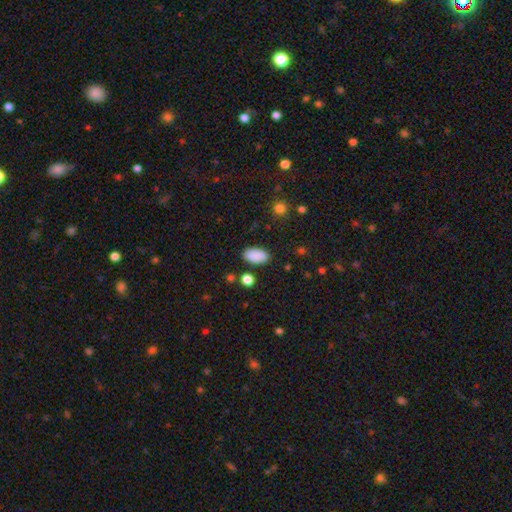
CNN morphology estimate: A smooth galaxy with no disk features (89%) that is in between round and cigar-shaped (94%).

Vote fractions:
- Smooth or featured? smooth: 89% / star or artifact: 8% / featured or disk: 4%
- How rounded? in between: 94% / round: 4% / cigar-shaped: 2%
- Merging? none: 86% / minor disturbance: 9% / major disturbance: 3% / merger: 3%